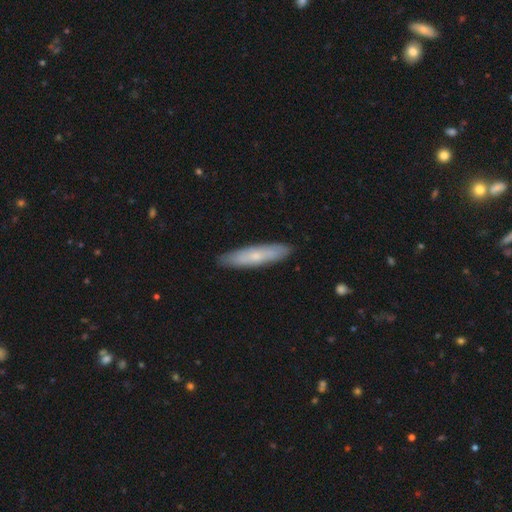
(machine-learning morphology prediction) Smooth or featured? Predicted: smooth (p=0.58). How rounded? Predicted: cigar-shaped (p=0.83). Merging? Predicted: none (p=0.88).